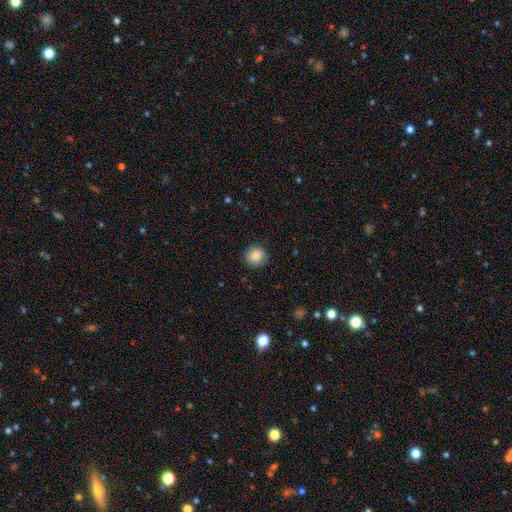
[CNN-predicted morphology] Overall: smooth (87%). How rounded: round (91%). Merging: none (88%).